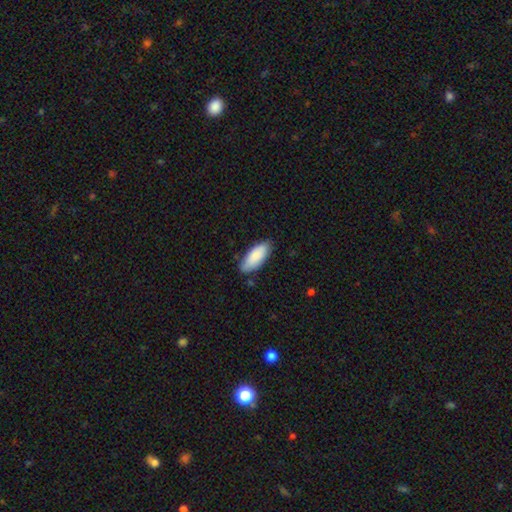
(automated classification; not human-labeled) This is clearly a smooth galaxy (86%). How rounded: clearly in between (82%). Merging: clearly none (81%).